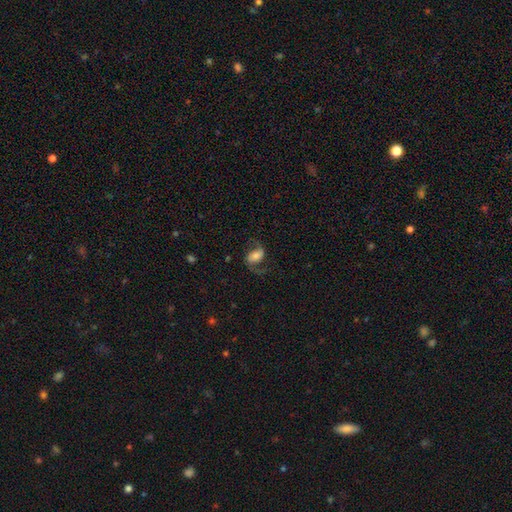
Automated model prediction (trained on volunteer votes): Overall: featured or disk (73%). Edge-on disk: no (97%). Bar: weak (36%; no 34%). Spiral arms: yes (94%). Spiral arm count: 2 (91%). Spiral winding: loose (55%; medium 37%). Bulge size: moderate (40%; small 30%). Merging: none (70%).